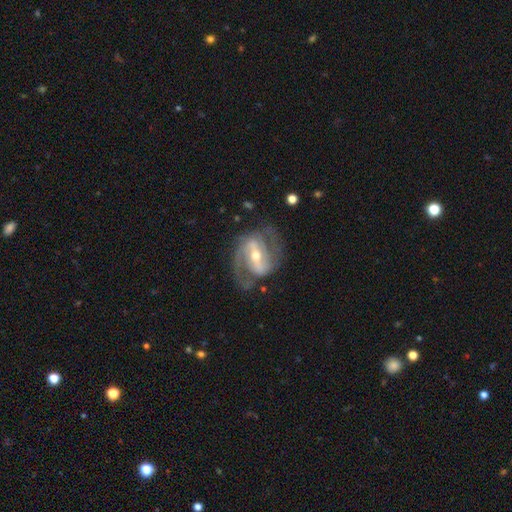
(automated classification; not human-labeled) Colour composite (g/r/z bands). It shows a featured or disk galaxy (90%) with a strong bar (53%), 2 (84%) medium (54%) spiral arms (95%) and a moderate central bulge (58%). Merging: none (69%).